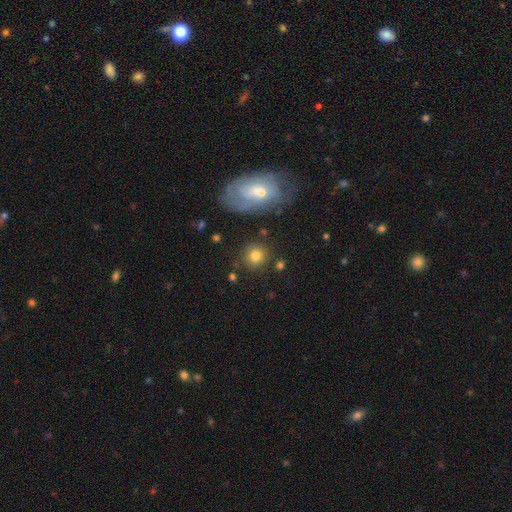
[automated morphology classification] smooth-or-featured: smooth: 77% | featured or disk: 12% | star or artifact: 11%
  how-rounded: round: 87% | in between: 12% | cigar-shaped: 1%
  merging: none: 80% | minor disturbance: 10% | merger: 6% | major disturbance: 4%